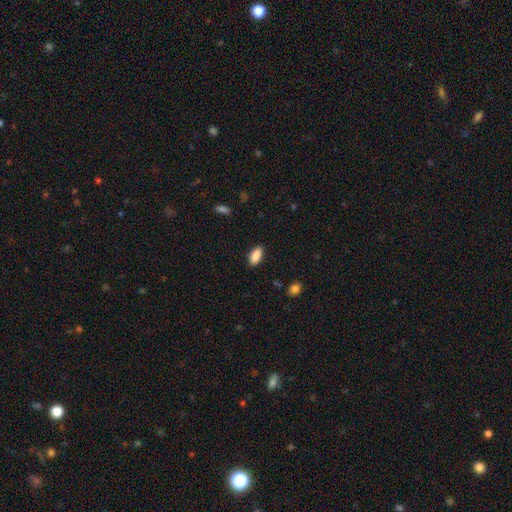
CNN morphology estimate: Smooth or featured: smooth — 88% (star or artifact — 7%)
How rounded: in between — 86% (cigar-shaped — 12%)
Merging: none — 87% (minor disturbance — 10%)